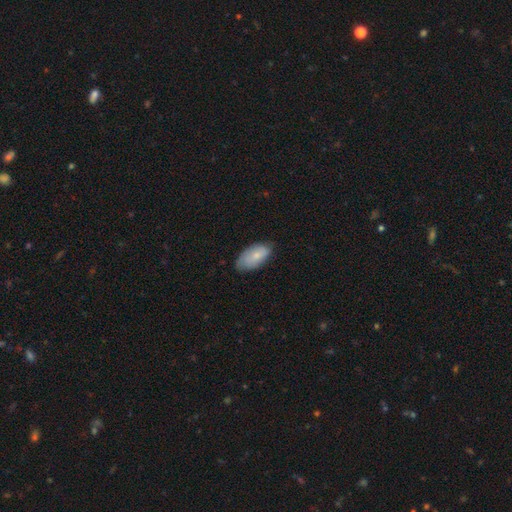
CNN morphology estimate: Smooth or featured? Predicted: smooth (p=0.79). How rounded? Predicted: in between (p=0.93). Merging? Predicted: none (p=0.69).